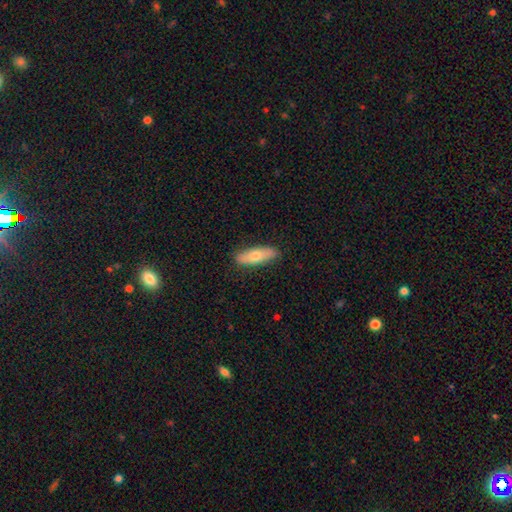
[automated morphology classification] This is likely a smooth galaxy (66%). How rounded: possibly in between (51%). Merging: clearly none (87%).